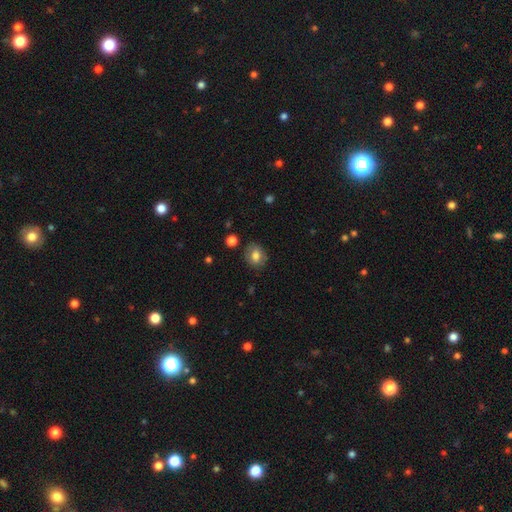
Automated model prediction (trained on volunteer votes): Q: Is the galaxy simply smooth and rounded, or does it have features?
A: smooth — 76%.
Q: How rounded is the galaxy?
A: round — 59%.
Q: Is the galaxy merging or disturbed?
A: none — 81%.